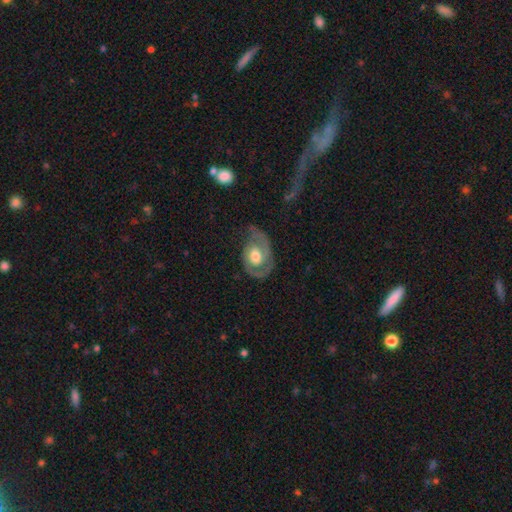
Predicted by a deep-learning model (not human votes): A featured or disk galaxy (78%) with no bar (71%), 2 (57%) tight (45%) spiral arms (86%) and a moderate central bulge (65%). Merging: none (53%).